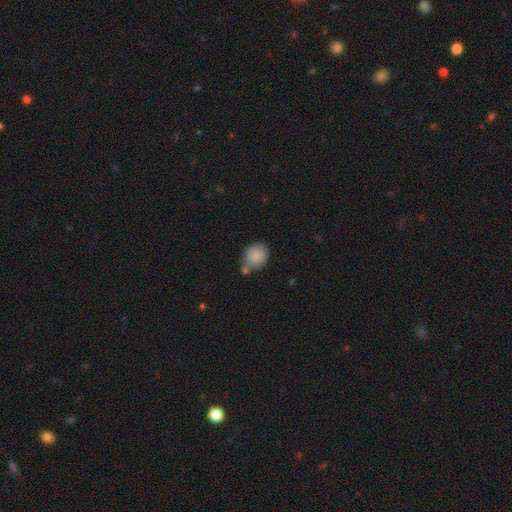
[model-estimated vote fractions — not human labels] Smooth or featured: smooth — 86% (star or artifact — 7%)
How rounded: round — 72% (in between — 27%)
Merging: none — 60% (merger — 18%)